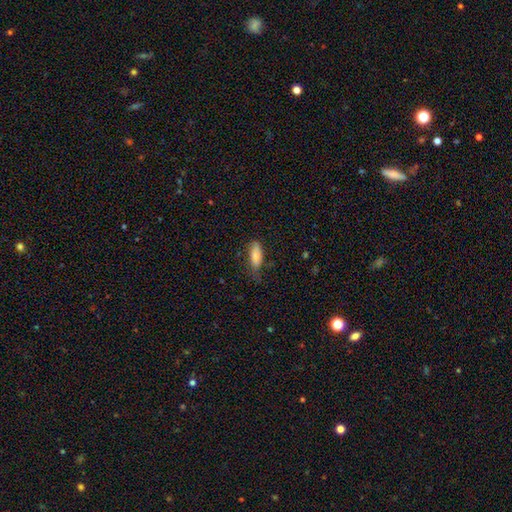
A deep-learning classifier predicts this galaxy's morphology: smooth 81%, featured or disk 13%, star or artifact 6%. Down the decision tree: how rounded — in between (68%); merging — none (53%).